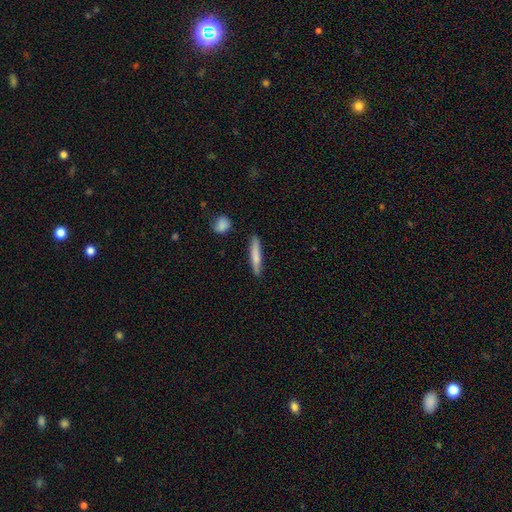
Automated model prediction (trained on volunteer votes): Smooth or featured? smooth (72%)
How rounded? cigar-shaped (91%)
Merging? none (86%)